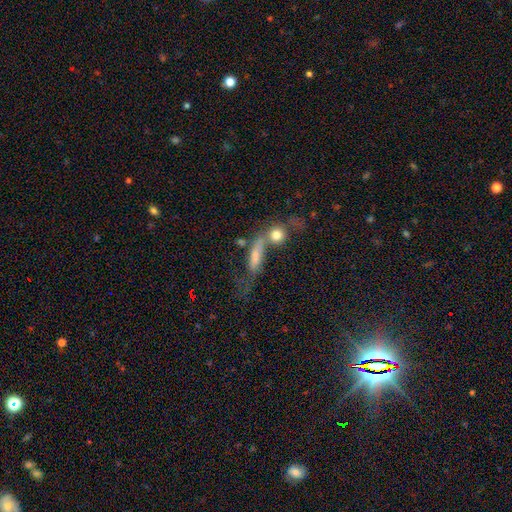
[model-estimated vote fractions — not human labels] The model was most divided on "how rounded": cigar-shaped: 48%, in between: 39%, round: 12%. Remaining: smooth or featured — smooth (63%); merging — merger (45%).